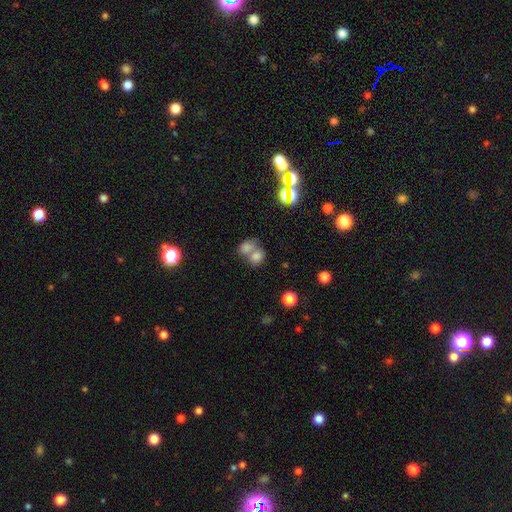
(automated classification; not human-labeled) This is likely a smooth galaxy (71%). How rounded: possibly in between (52%). Merging: likely merger (65%).